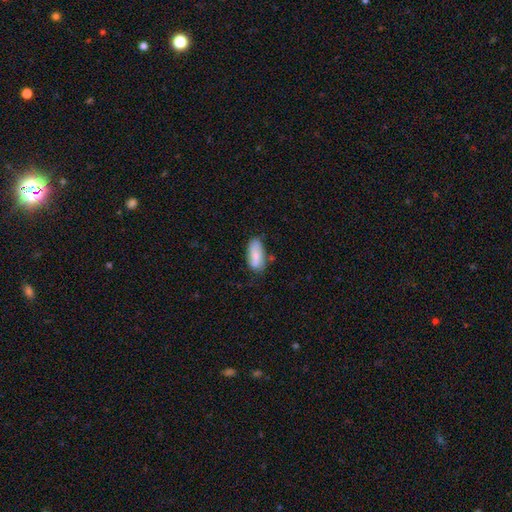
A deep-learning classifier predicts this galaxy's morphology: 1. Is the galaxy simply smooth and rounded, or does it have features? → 80% smooth, 13% featured or disk, 6% star or artifact.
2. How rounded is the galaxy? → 87% in between, 11% cigar-shaped, 2% round.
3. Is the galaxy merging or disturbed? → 64% none, 26% minor disturbance, 6% major disturbance, 4% merger.